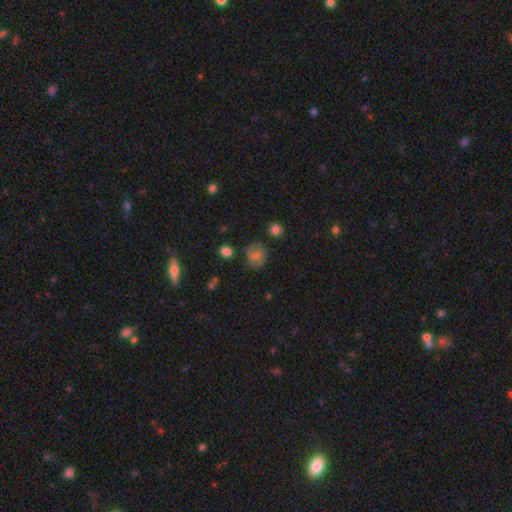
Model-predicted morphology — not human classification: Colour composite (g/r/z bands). It shows a smooth galaxy with no disk features (64%) that is round (66%). Merging: none (70%).